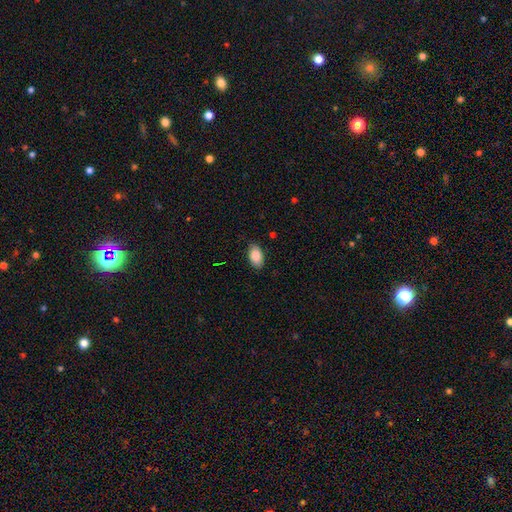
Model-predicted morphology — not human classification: A smooth galaxy with no disk features (87%) that is in between round and cigar-shaped (93%). Merging: none (84%).